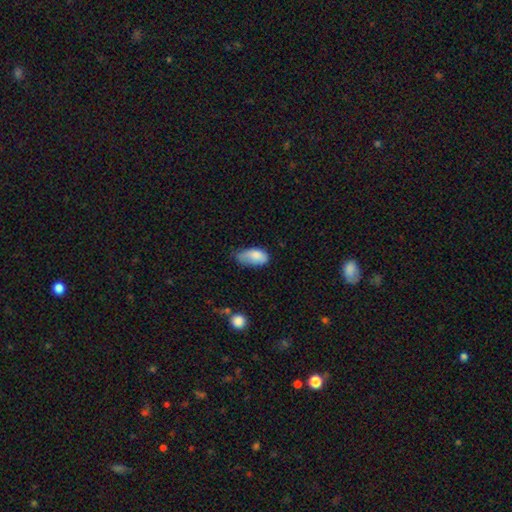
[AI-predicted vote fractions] Morphology: type=smooth (81%); roundness=in between (93%); merging=minor disturbance (48%).